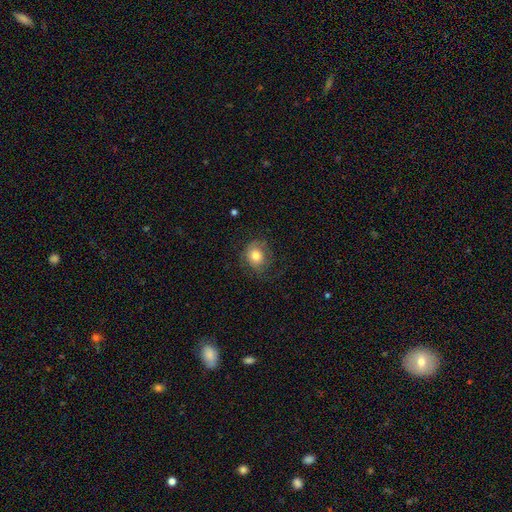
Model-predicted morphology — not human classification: A smooth galaxy with no disk features (73%) that is round (72%). Merging: none (60%).